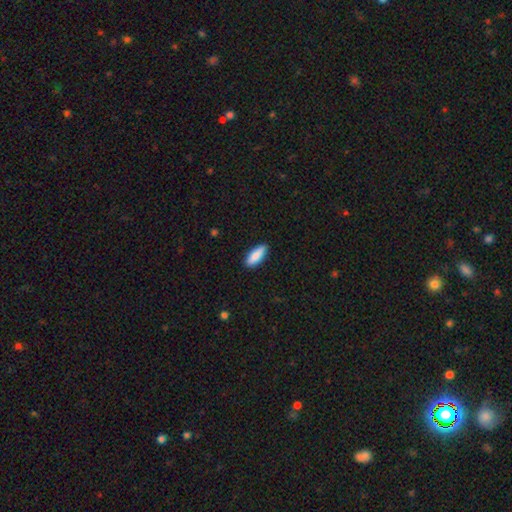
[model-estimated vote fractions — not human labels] Morphology: type=smooth (86%); roundness=in between (63%); merging=none (88%).